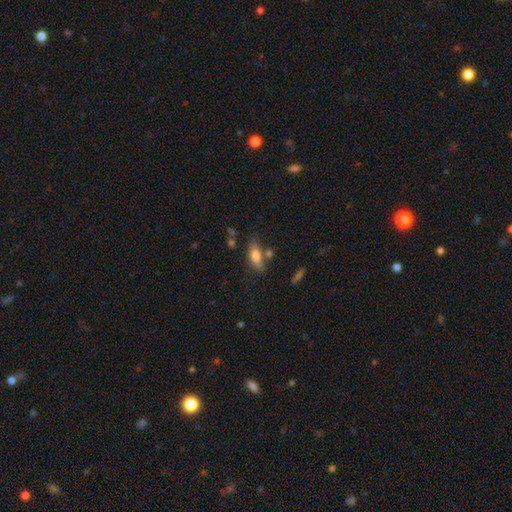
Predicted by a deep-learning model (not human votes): This is likely a smooth galaxy (73%). How rounded: likely in between (70%). Merging: likely none (64%).